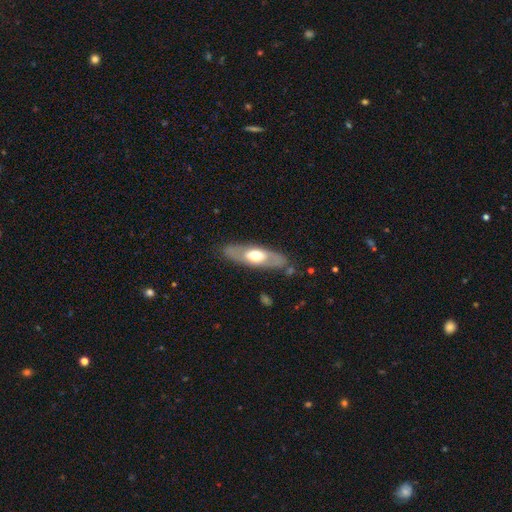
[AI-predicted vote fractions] smooth_or_featured: featured or disk (p=0.52) [alt: smooth p=0.43]
disk_edge_on: no (p=0.66) [alt: yes p=0.34]
merging: none (p=0.81) [alt: minor disturbance p=0.13]